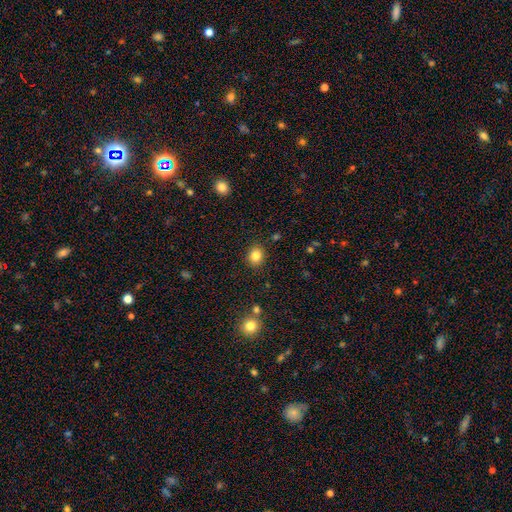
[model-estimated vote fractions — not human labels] Smooth or featured? Predicted: smooth (p=0.83). How rounded? Predicted: round (p=0.65). Merging? Predicted: none (p=0.88).